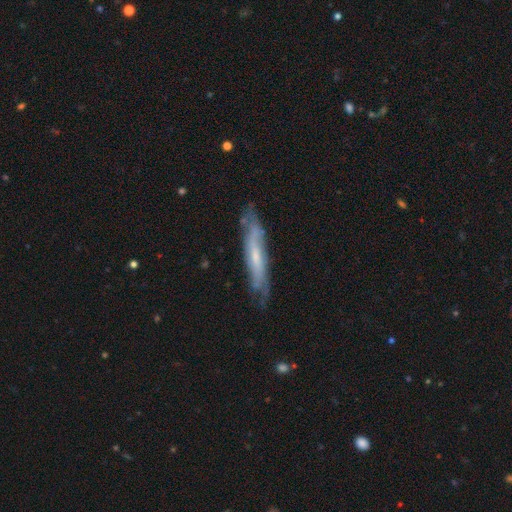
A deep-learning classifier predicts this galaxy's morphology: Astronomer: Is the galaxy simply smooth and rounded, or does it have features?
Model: featured or disk — 66%.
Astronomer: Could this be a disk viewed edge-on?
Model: yes — 58% (runner-up: no, 42%).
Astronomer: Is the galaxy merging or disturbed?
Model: none — 73%.